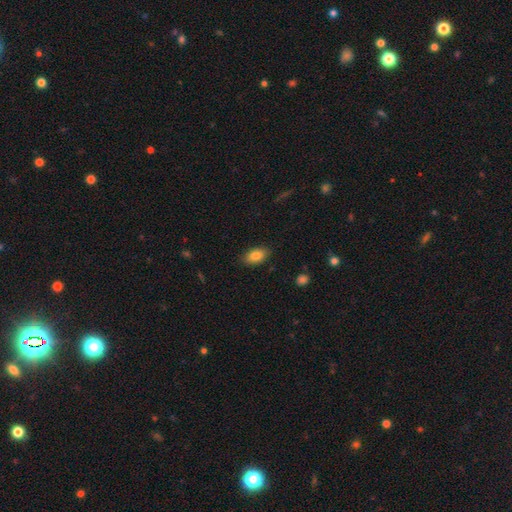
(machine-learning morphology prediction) Smooth or featured: smooth — 84% (featured or disk — 9%)
How rounded: in between — 92% (round — 5%)
Merging: none — 87% (minor disturbance — 10%)